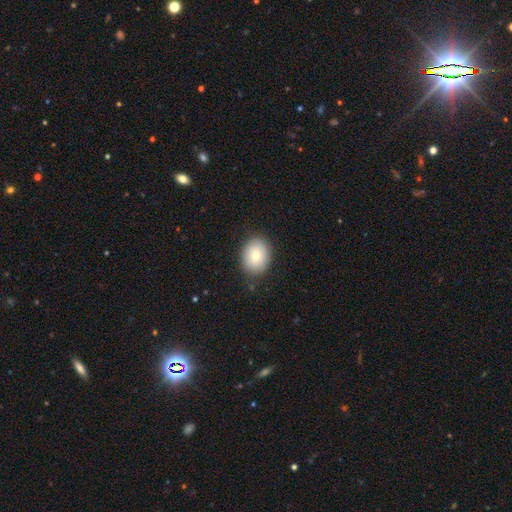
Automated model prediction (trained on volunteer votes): Morphology: type=smooth (78%); roundness=round (52%); merging=none (84%).